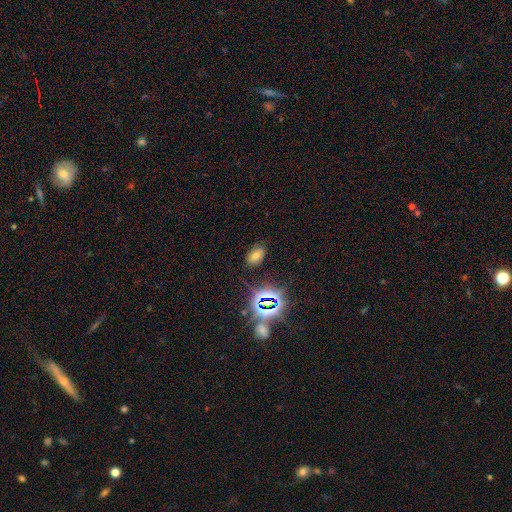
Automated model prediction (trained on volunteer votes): The model was most divided on "smooth or featured": smooth: 51%, star or artifact: 37%, featured or disk: 12%. More confident: how rounded — in between (87%); merging — none (81%).